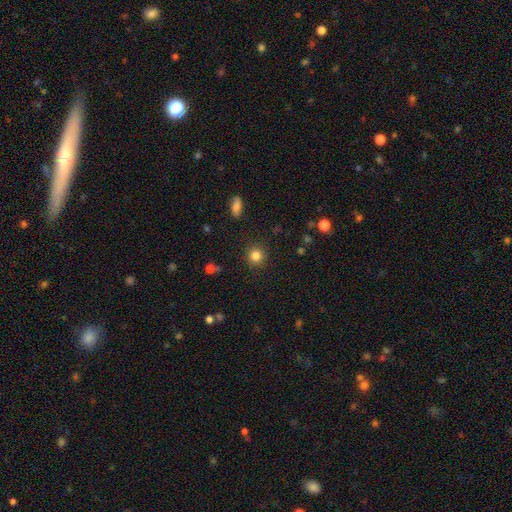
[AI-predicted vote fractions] smooth-or-featured: smooth: 84% | star or artifact: 12% | featured or disk: 5%
  how-rounded: round: 92% | in between: 7% | cigar-shaped: 1%
  merging: none: 90% | minor disturbance: 6% | major disturbance: 2% | merger: 1%